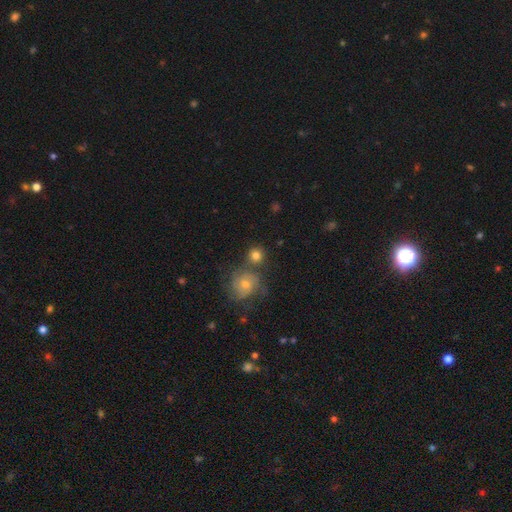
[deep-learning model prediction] Smooth or featured: smooth — 73% (featured or disk — 17%)
How rounded: round — 87% (in between — 12%)
Merging: none — 63% (merger — 21%)